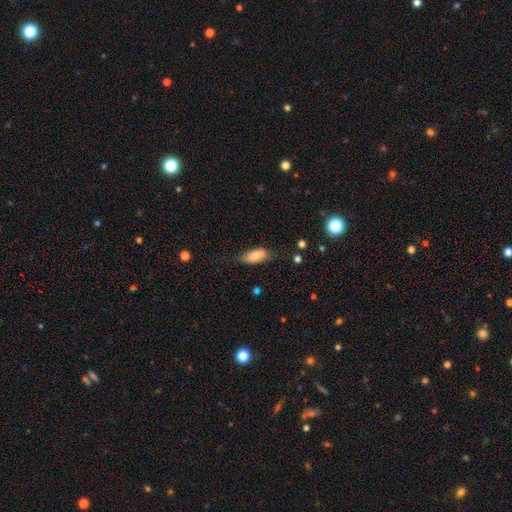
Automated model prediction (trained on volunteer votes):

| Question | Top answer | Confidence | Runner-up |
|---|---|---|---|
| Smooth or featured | smooth | 83% | featured or disk (10%) |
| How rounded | in between | 81% | cigar-shaped (17%) |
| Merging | none | 67% | minor disturbance (25%) |